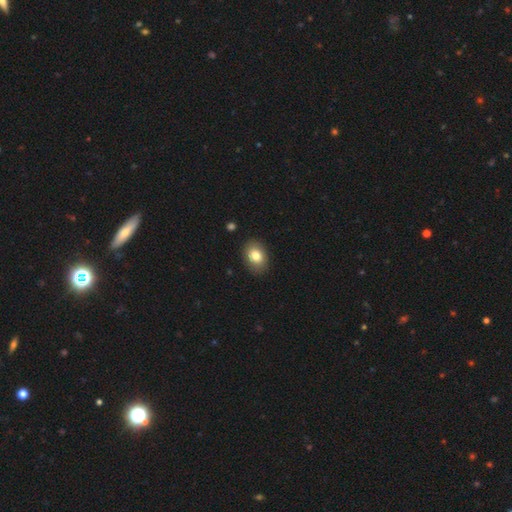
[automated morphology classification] Smooth or featured? smooth (81%)
How rounded? in between (74%)
Merging? none (87%)